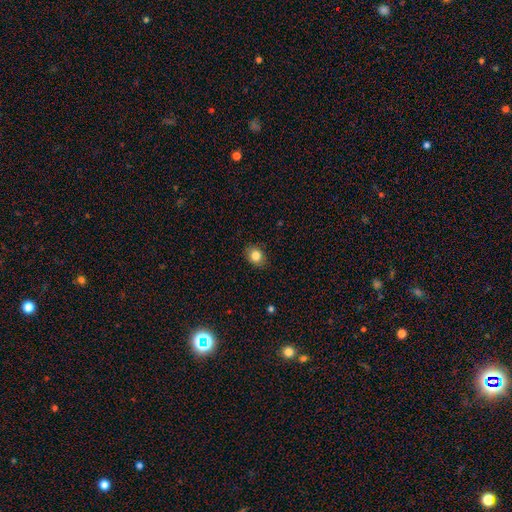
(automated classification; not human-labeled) Q: Smooth or featured?
A: smooth (84%); runner-up: star or artifact (10%)
Q: How rounded?
A: round (50%); runner-up: in between (49%)
Q: Merging?
A: none (87%); runner-up: minor disturbance (10%)